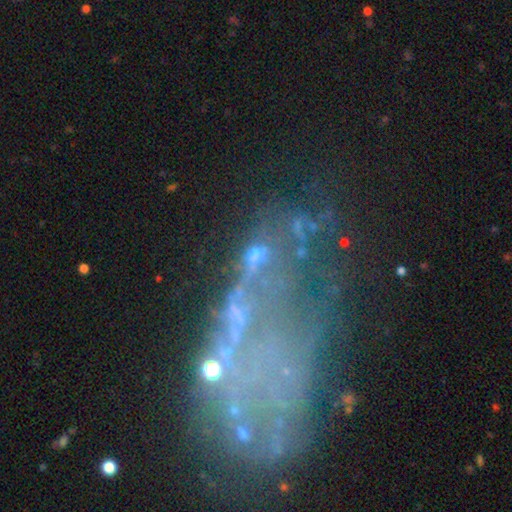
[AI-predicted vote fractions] Morphology: type=star or artifact (39%).